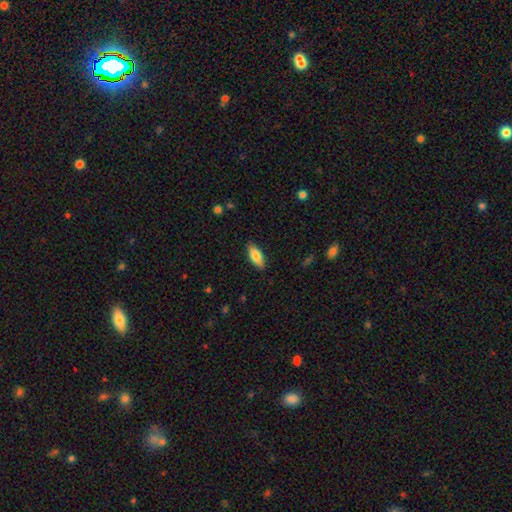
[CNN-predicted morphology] Smooth or featured? smooth (78%)
How rounded? in between (78%)
Merging? none (87%)